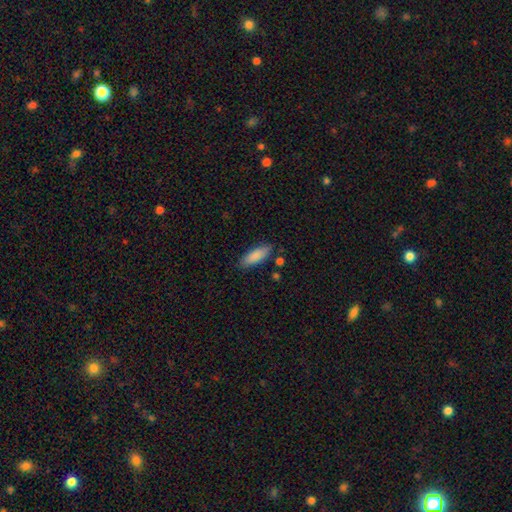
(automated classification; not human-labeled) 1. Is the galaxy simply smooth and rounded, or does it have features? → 87% smooth, 7% featured or disk, 6% star or artifact.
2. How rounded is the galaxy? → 67% in between, 31% cigar-shaped, 2% round.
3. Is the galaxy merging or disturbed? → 83% none, 12% minor disturbance, 3% merger, 3% major disturbance.